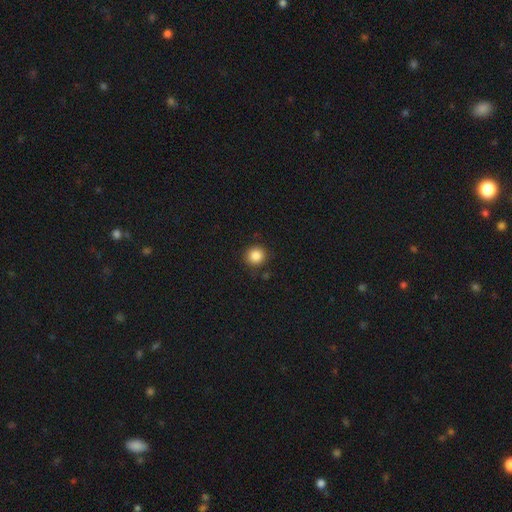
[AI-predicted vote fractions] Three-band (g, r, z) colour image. It shows a smooth galaxy with no disk features (86%) that is round (92%). Merging: none (88%).